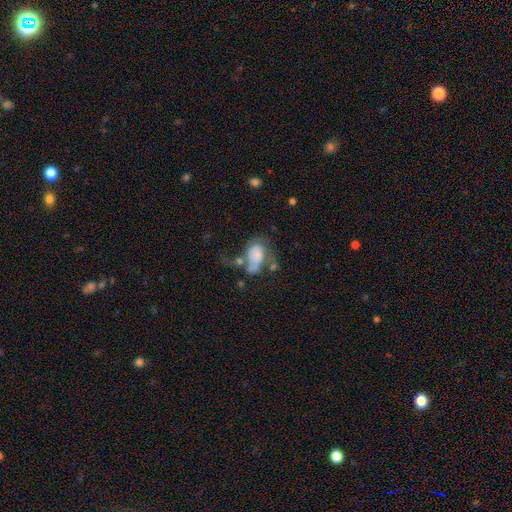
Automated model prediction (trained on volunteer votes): A smooth galaxy with no disk features (46%).

Vote fractions:
- Smooth or featured? smooth: 46% / featured or disk: 44% / star or artifact: 10%
- Merging? major disturbance: 40% / merger: 23% / none: 19% / minor disturbance: 18%